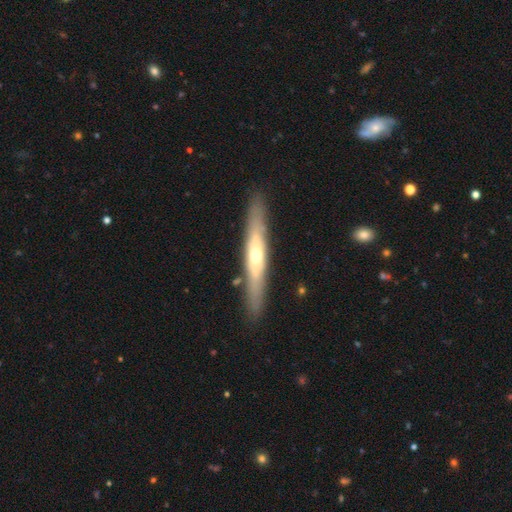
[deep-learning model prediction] A featured or disk galaxy (64%) viewed edge-on (78%). Merging: none (85%).